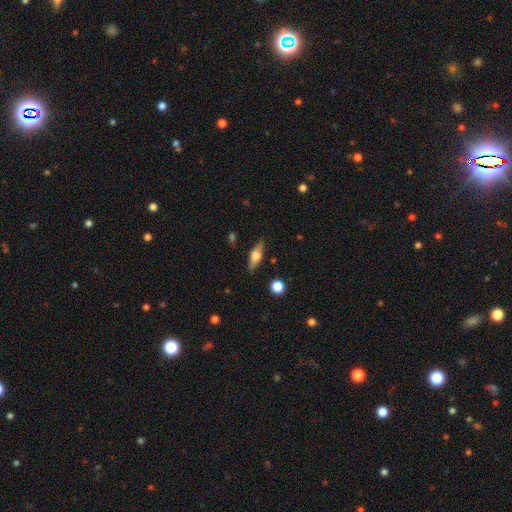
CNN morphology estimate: Q: Smooth or featured?
A: featured or disk (49%); runner-up: smooth (44%)
Q: Merging?
A: none (85%); runner-up: minor disturbance (10%)